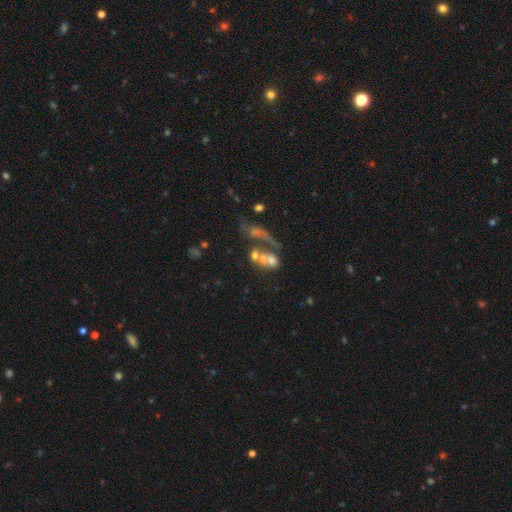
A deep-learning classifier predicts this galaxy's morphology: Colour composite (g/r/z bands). It shows a smooth galaxy with no disk features (45%). Merging: merger (55%).